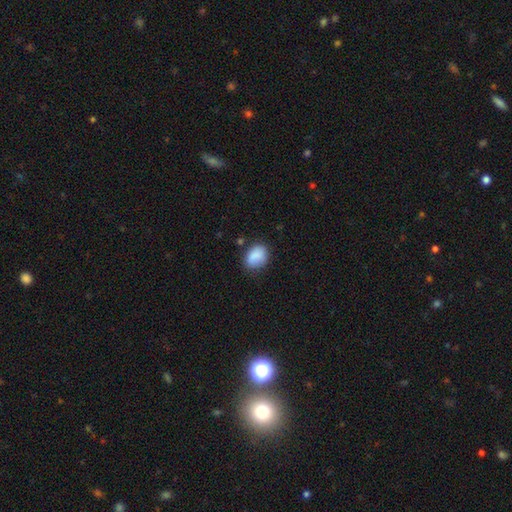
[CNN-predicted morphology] The model was most divided on "how rounded": in between: 67%, round: 32%, cigar-shaped: 1%. More confident: smooth or featured — smooth (87%); merging — none (72%).